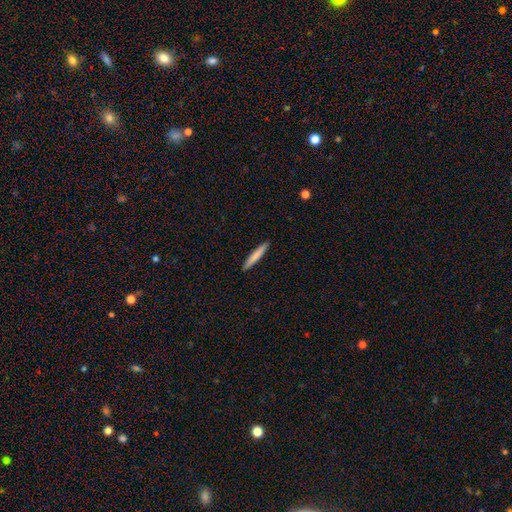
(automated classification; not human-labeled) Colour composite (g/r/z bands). It shows a smooth galaxy with no disk features (78%) that is cigar-shaped (96%). Merging: none (92%).